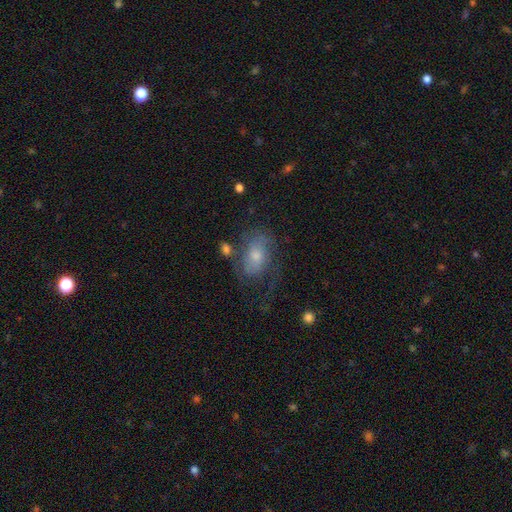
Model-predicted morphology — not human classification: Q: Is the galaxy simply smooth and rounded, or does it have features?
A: featured or disk — 62%.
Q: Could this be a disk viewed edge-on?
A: no — 95%.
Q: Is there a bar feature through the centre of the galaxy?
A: no — 69%.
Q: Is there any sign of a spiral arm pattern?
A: yes — 81%.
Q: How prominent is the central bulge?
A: moderate — 50%.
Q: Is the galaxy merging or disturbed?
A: none — 51%.